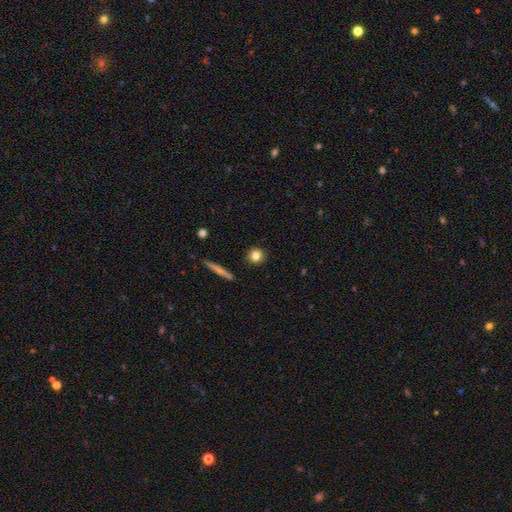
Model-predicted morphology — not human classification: A smooth galaxy with no disk features (80%) that is round (89%). Merging: none (90%).